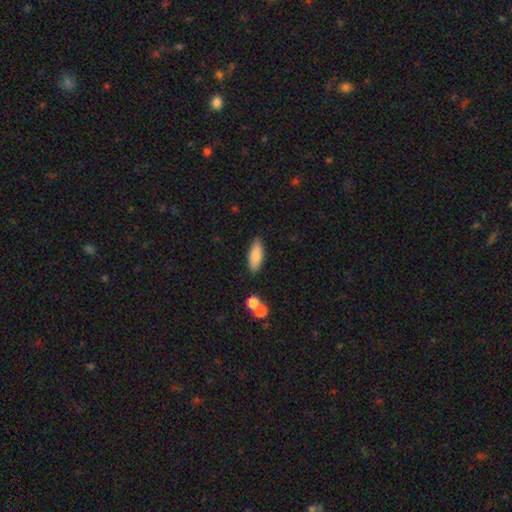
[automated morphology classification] This appears to be a smooth galaxy with no disk features (84%) that is in between round and cigar-shaped (72%). Merging: none (84%).